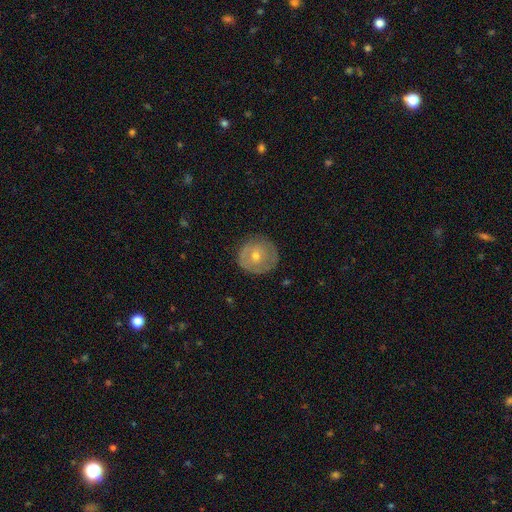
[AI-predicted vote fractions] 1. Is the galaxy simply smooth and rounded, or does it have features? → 49% featured or disk, 43% smooth, 7% star or artifact.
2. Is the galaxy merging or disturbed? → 82% none, 14% minor disturbance, 4% major disturbance, 1% merger.